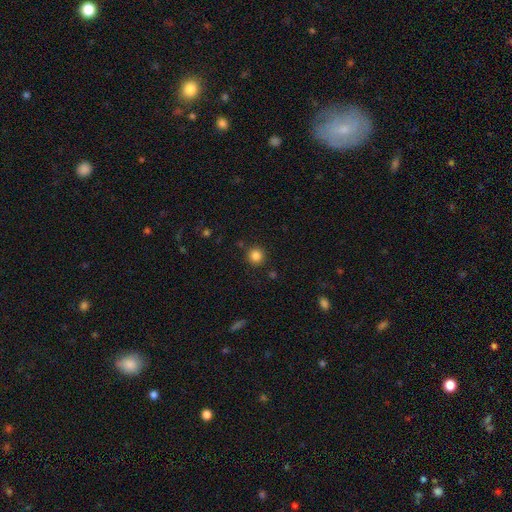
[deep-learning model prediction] Smooth or featured?
  - smooth: 85% *
  - star or artifact: 11%
  - featured or disk: 4%
How rounded?
  - round: 95% *
  - in between: 5%
  - cigar-shaped: 1%
Merging?
  - none: 90% *
  - minor disturbance: 6%
  - merger: 2%
  - major disturbance: 2%